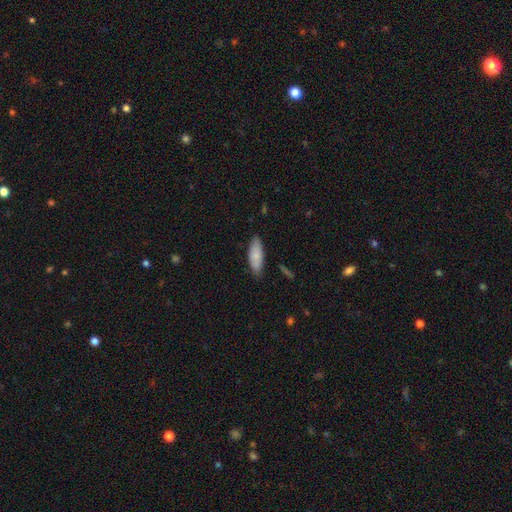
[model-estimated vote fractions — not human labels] A smooth galaxy with no disk features (81%) that is in between round and cigar-shaped (74%).

Vote fractions:
- Smooth or featured? smooth: 81% / featured or disk: 13% / star or artifact: 6%
- How rounded? in between: 74% / cigar-shaped: 24% / round: 2%
- Merging? none: 82% / minor disturbance: 15% / major disturbance: 2% / merger: 1%